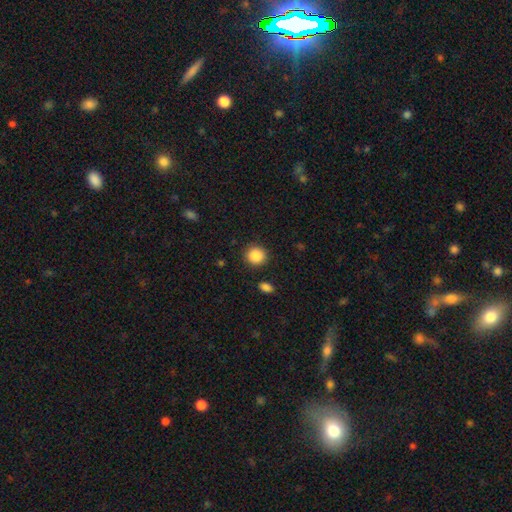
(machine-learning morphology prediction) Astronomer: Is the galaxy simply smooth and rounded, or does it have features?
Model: smooth — 87%.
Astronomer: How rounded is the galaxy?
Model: round — 90%.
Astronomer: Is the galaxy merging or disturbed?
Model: none — 89%.